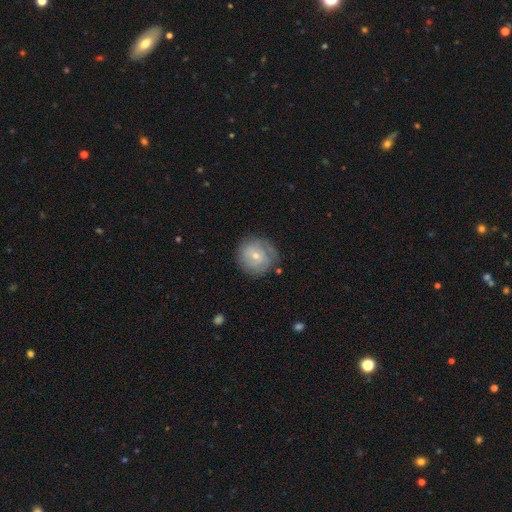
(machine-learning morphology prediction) The model was most divided on "smooth or featured": featured or disk: 54%, smooth: 38%, star or artifact: 7%. More confident: edge-on disk — no (97%); spiral arms — yes (76%); merging — none (70%); bar — no (62%); bulge size — small (59%).